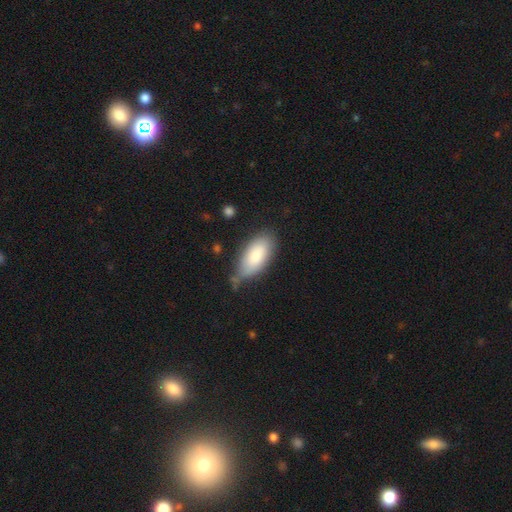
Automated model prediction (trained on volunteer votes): Smooth or featured?
  - smooth: 81% *
  - featured or disk: 13%
  - star or artifact: 6%
How rounded?
  - in between: 89% *
  - cigar-shaped: 8%
  - round: 2%
Merging?
  - none: 61% *
  - minor disturbance: 27%
  - major disturbance: 7%
  - merger: 5%